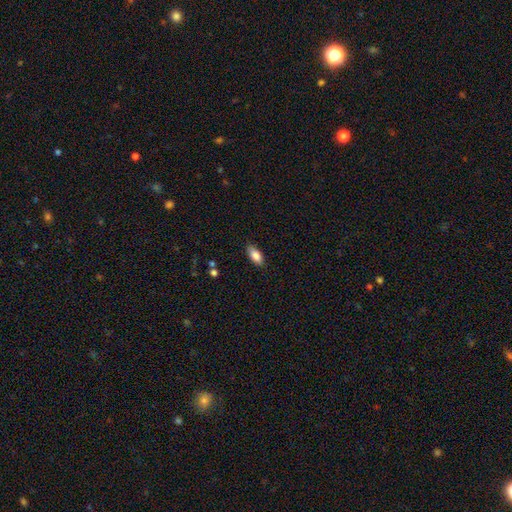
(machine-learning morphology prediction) Smooth or featured?
  - smooth: 84% *
  - featured or disk: 9%
  - star or artifact: 7%
How rounded?
  - in between: 87% *
  - cigar-shaped: 11%
  - round: 2%
Merging?
  - none: 85% *
  - minor disturbance: 12%
  - major disturbance: 2%
  - merger: 1%